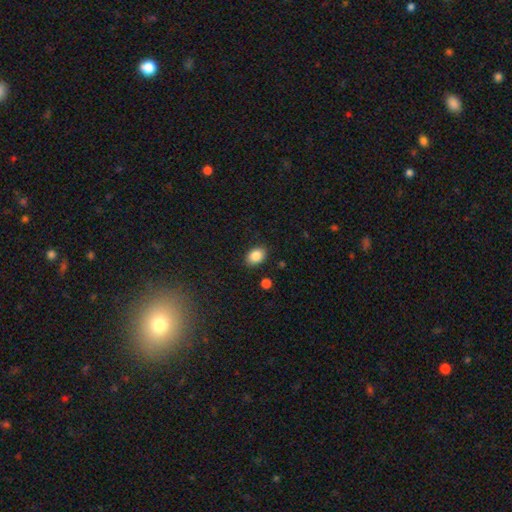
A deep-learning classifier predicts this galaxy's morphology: smooth_or_featured: smooth (p=0.86) [alt: star or artifact p=0.08]
how_rounded: in between (p=0.76) [alt: round p=0.23]
merging: none (p=0.87) [alt: minor disturbance p=0.09]